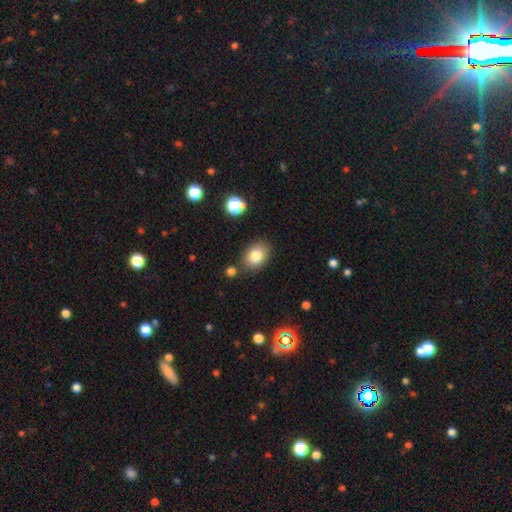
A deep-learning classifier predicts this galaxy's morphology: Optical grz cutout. It shows a smooth galaxy with no disk features (81%) that is in between round and cigar-shaped (68%). Merging: none (76%).